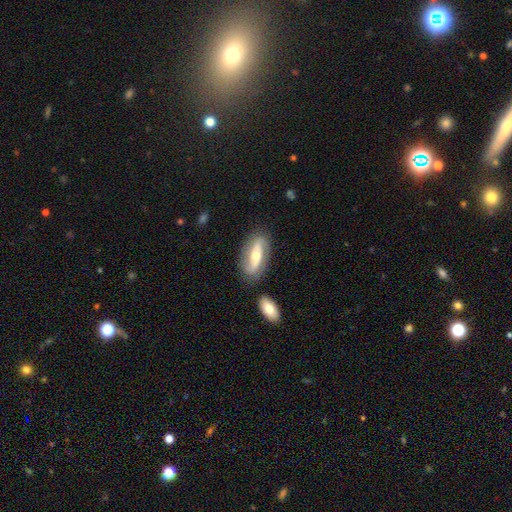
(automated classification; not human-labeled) Q: Smooth or featured?
A: featured or disk (61%); runner-up: smooth (33%)
Q: Edge-on disk?
A: no (82%); runner-up: yes (18%)
Q: Bar?
A: no (43%); runner-up: strong (30%)
Q: Spiral arms?
A: yes (73%); runner-up: no (27%)
Q: Bulge size?
A: moderate (69%); runner-up: small (21%)
Q: Merging?
A: none (77%); runner-up: minor disturbance (13%)